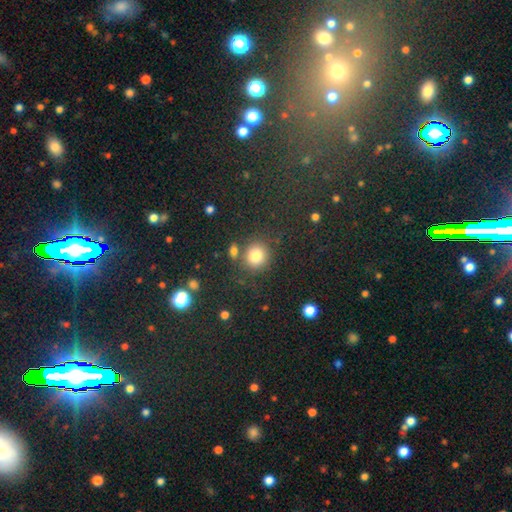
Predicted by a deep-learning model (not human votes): The model was most divided on "merging": none: 74%, minor disturbance: 11%, merger: 10%, major disturbance: 5%. More confident: how rounded — round (83%); smooth or featured — smooth (81%).